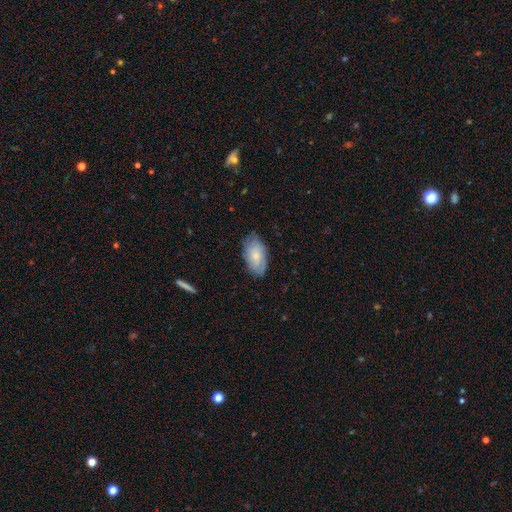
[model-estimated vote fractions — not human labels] Morphology: type=smooth (63%); roundness=in between (93%); merging=none (76%).